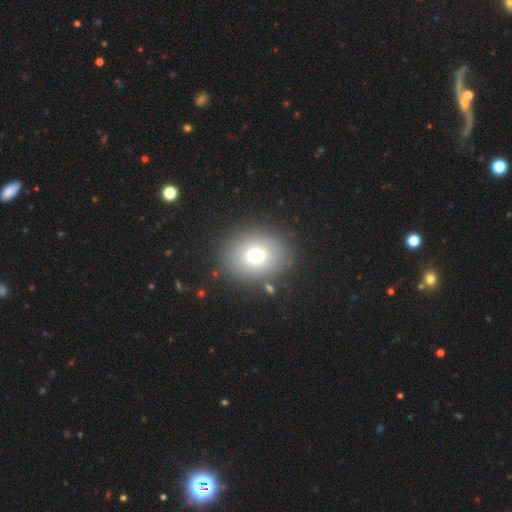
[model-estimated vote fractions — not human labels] smooth-or-featured: smooth: 73% | featured or disk: 14% | star or artifact: 13%
  how-rounded: round: 62% | in between: 38% | cigar-shaped: 1%
  merging: none: 85% | minor disturbance: 8% | major disturbance: 4% | merger: 3%